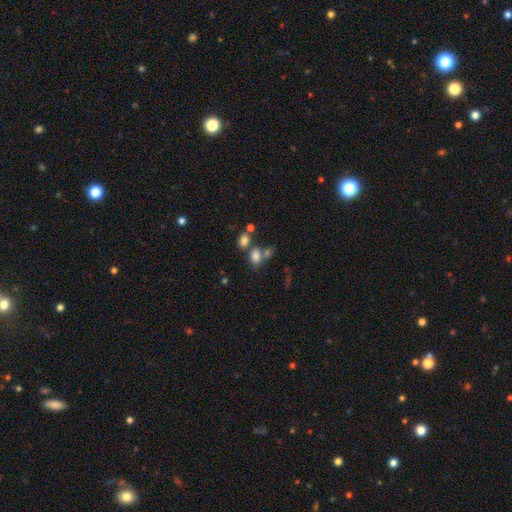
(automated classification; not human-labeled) This appears to be a smooth galaxy with no disk features (78%) that is in between round and cigar-shaped (74%). Merging: none (47%).